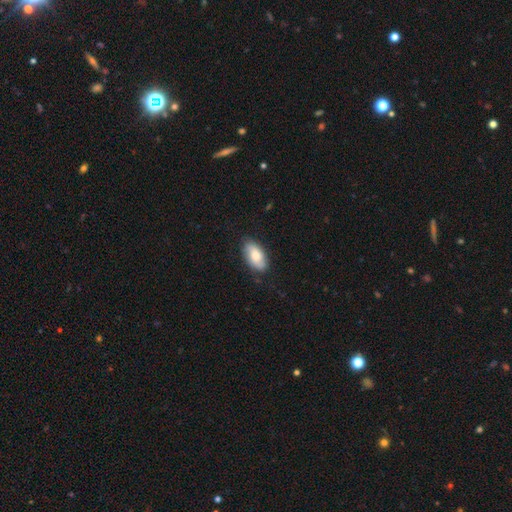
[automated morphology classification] A smooth galaxy with no disk features (71%) that is in between round and cigar-shaped (93%). Merging: none (80%).